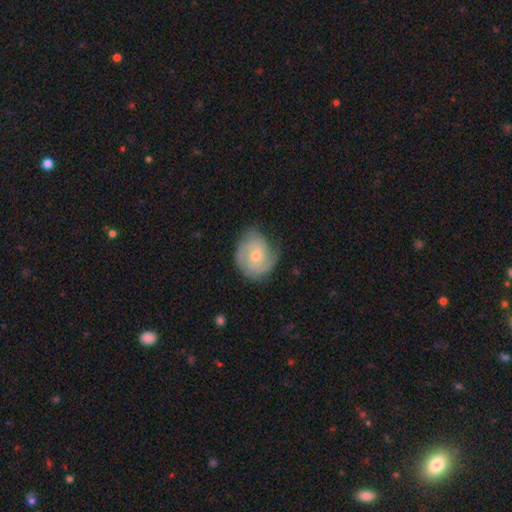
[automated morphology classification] This is likely a featured or disk galaxy (73%). It is clearly not viewed edge-on (98%). Bar: likely no (71%). Spiral arm pattern: clearly yes (93%). Spiral arm count: marginally 2 (38%). Spiral winding: possibly tight (54%). Central bulge: possibly small (52%). Merging: likely none (70%).